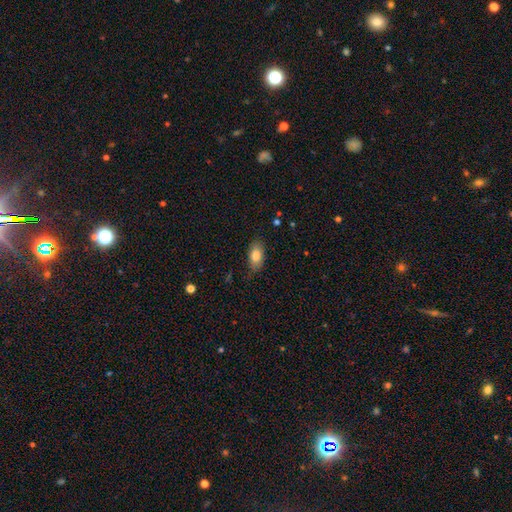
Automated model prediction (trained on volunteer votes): A smooth galaxy with no disk features (81%) that is in between round and cigar-shaped (90%).

Vote fractions:
- Smooth or featured? smooth: 81% / featured or disk: 12% / star or artifact: 7%
- How rounded? in between: 90% / cigar-shaped: 5% / round: 5%
- Merging? none: 80% / minor disturbance: 15% / major disturbance: 3% / merger: 1%